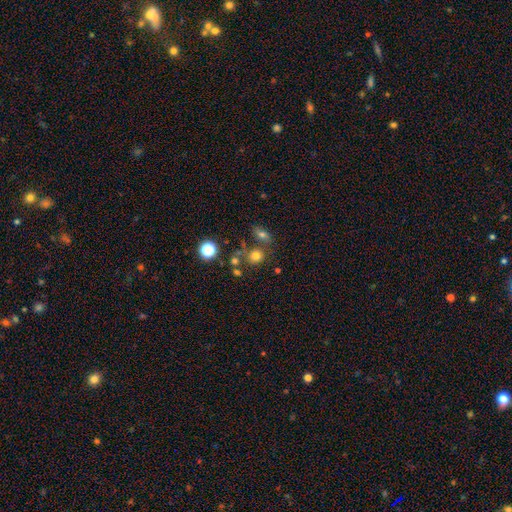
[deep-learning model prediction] This is likely a smooth galaxy (74%). How rounded: clearly round (82%). Merging: likely none (64%).